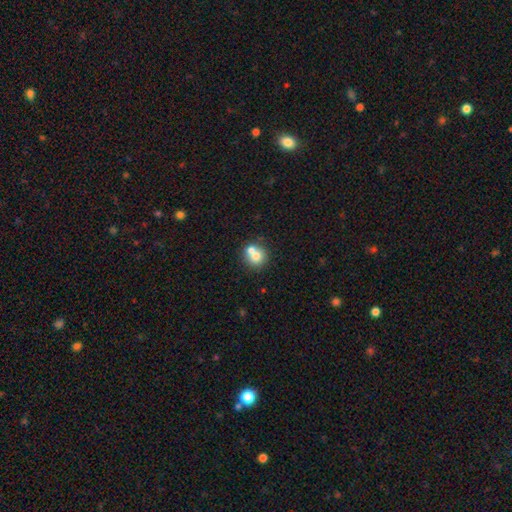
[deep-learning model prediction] Smooth or featured? Predicted: smooth (p=0.70). How rounded? Predicted: round (p=0.86). Merging? Predicted: merger (p=0.48).